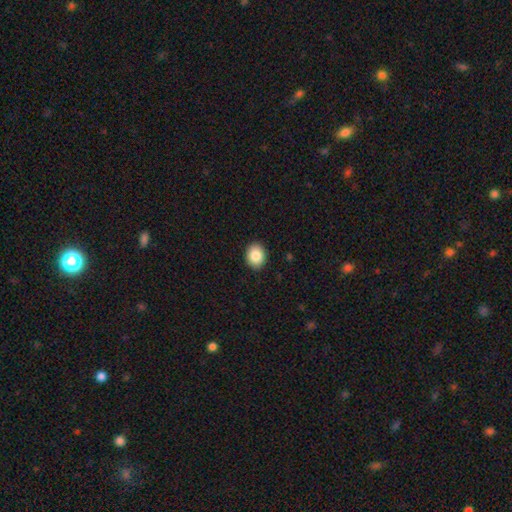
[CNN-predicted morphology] Smooth or featured: smooth — 86% (star or artifact — 8%)
How rounded: in between — 54% (round — 45%)
Merging: none — 91% (minor disturbance — 7%)